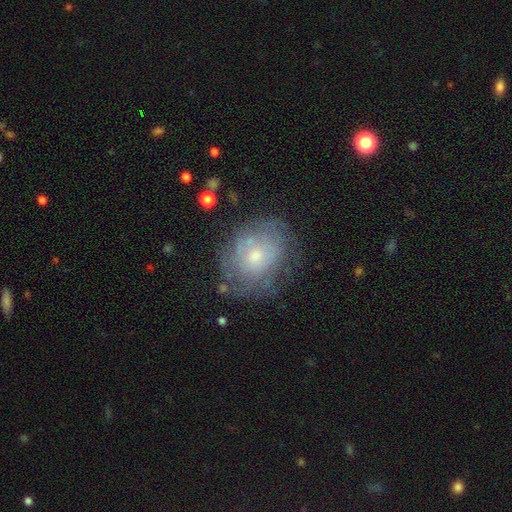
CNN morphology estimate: smooth_or_featured: featured or disk (p=0.55) [alt: smooth p=0.35]
disk_edge_on: no (p=0.97) [alt: yes p=0.03]
bar: no (p=0.85) [alt: weak p=0.13]
has_spiral_arms: yes (p=0.59) [alt: no p=0.41]
bulge_size: small (p=0.52) [alt: moderate p=0.41]
merging: none (p=0.61) [alt: minor disturbance p=0.23]